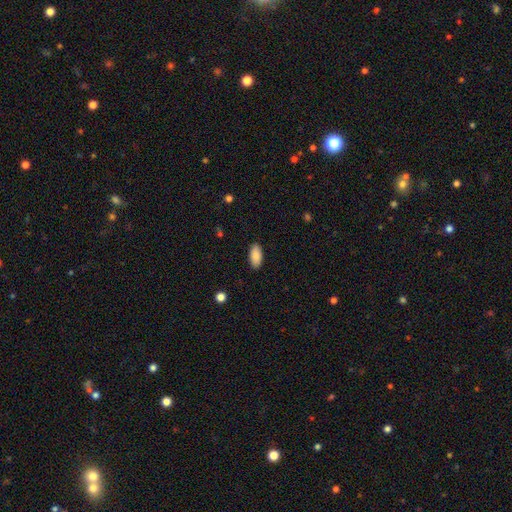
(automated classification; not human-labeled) Morphology: type=smooth (88%); roundness=in between (92%); merging=none (89%).